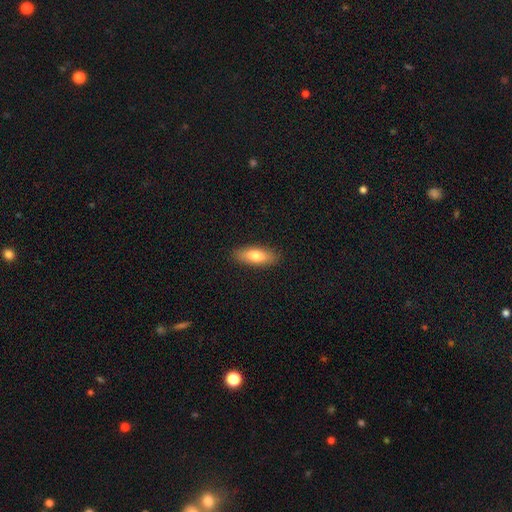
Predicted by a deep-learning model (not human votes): This is likely a smooth galaxy (76%). How rounded: likely in between (66%). Merging: clearly none (88%).